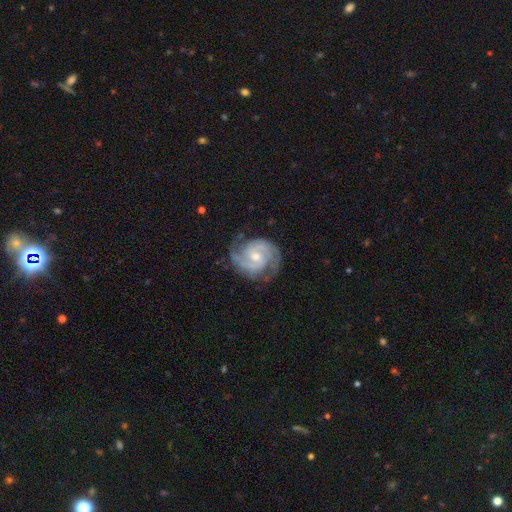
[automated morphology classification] This appears to be a featured or disk galaxy (90%) with no bar (56%), 2 (73%) tight (49%) spiral arms (98%) and a small central bulge (49%). Merging: none (78%).